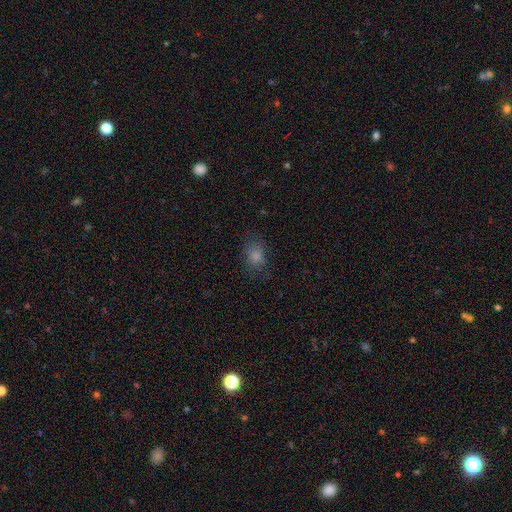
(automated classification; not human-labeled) Smooth or featured? Predicted: smooth (p=0.81). How rounded? Predicted: in between (p=0.69). Merging? Predicted: none (p=0.73).